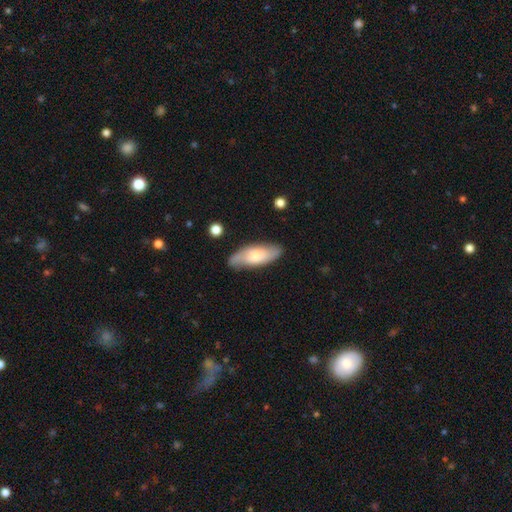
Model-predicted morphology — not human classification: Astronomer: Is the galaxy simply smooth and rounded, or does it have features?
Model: smooth — 57% (runner-up: featured or disk, 38%).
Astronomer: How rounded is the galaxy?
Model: in between — 74%.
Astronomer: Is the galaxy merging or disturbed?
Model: none — 78%.